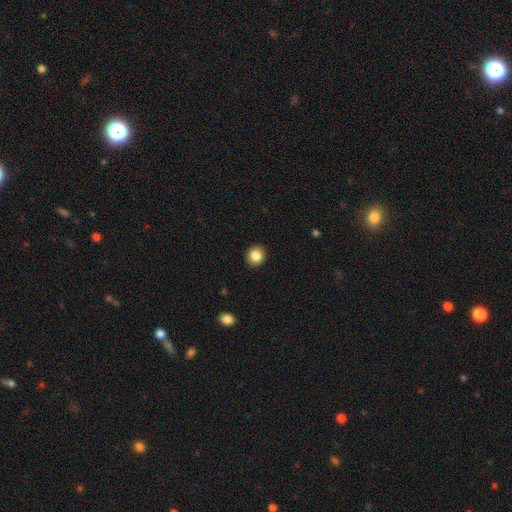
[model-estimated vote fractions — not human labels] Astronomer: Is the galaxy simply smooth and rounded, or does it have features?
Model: smooth — 85%.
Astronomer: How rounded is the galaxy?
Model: round — 84%.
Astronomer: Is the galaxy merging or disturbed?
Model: none — 92%.